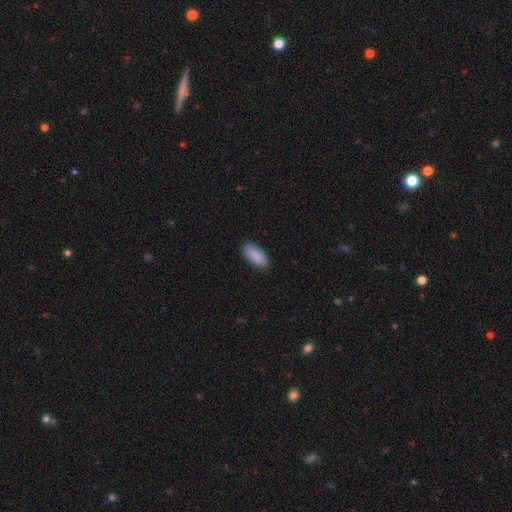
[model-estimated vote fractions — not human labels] Smooth or featured?
  - smooth: 89% *
  - star or artifact: 6%
  - featured or disk: 5%
How rounded?
  - in between: 88% *
  - cigar-shaped: 11%
  - round: 2%
Merging?
  - none: 87% *
  - minor disturbance: 10%
  - major disturbance: 2%
  - merger: 1%